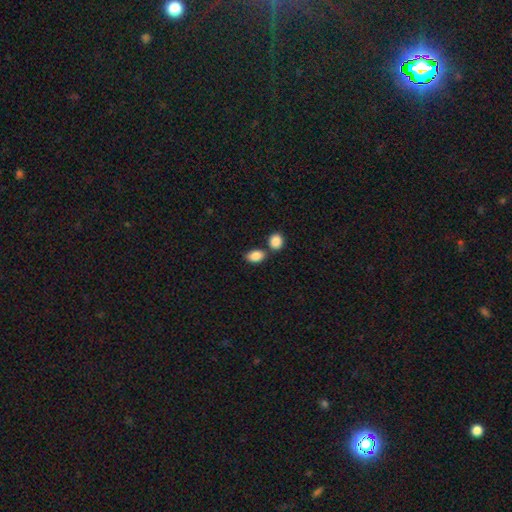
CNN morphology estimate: This is clearly a smooth galaxy (87%). How rounded: clearly in between (83%). Merging: possibly none (59%).